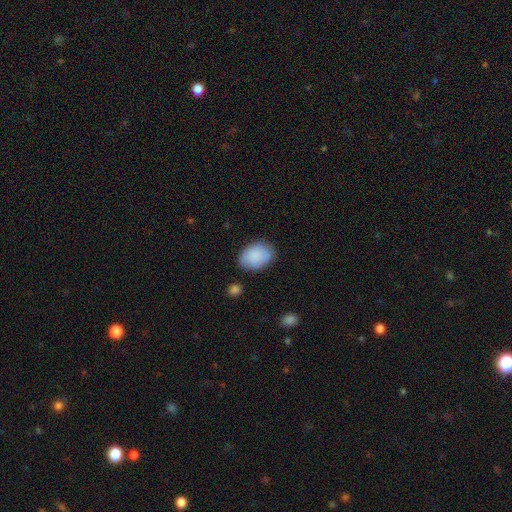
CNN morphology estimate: Smooth or featured: smooth — 87% (featured or disk — 7%)
How rounded: in between — 77% (round — 22%)
Merging: none — 75% (minor disturbance — 18%)